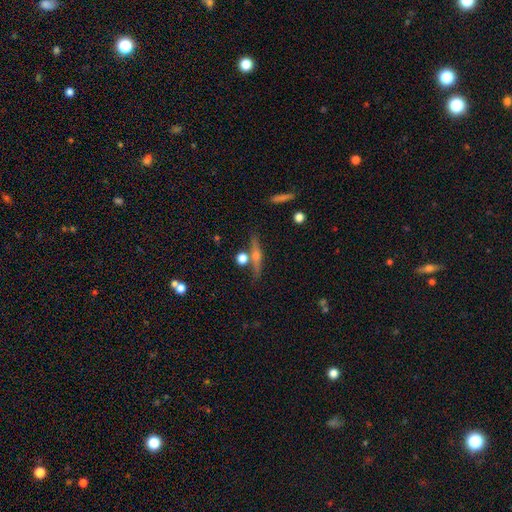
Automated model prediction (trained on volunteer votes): Overall: featured or disk (66%). Edge-on disk: yes (95%). Edge-on bulge: rounded (88%). Merging: none (77%).